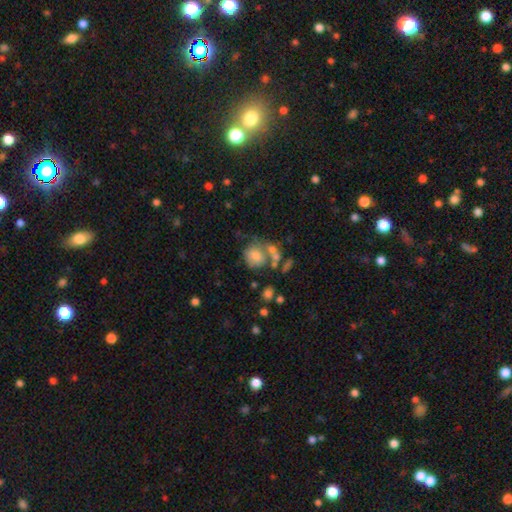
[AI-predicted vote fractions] Smooth or featured: smooth — 67% (featured or disk — 21%)
How rounded: round — 65% (in between — 33%)
Merging: none — 40% (merger — 29%)